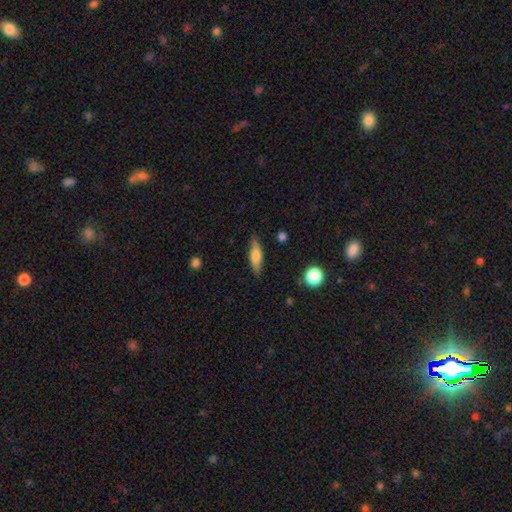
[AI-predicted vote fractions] A smooth galaxy with no disk features (62%) that is cigar-shaped (54%).

Vote fractions:
- Smooth or featured? smooth: 62% / featured or disk: 31% / star or artifact: 7%
- How rounded? cigar-shaped: 54% / in between: 43% / round: 3%
- Merging? none: 84% / minor disturbance: 12% / major disturbance: 3% / merger: 1%